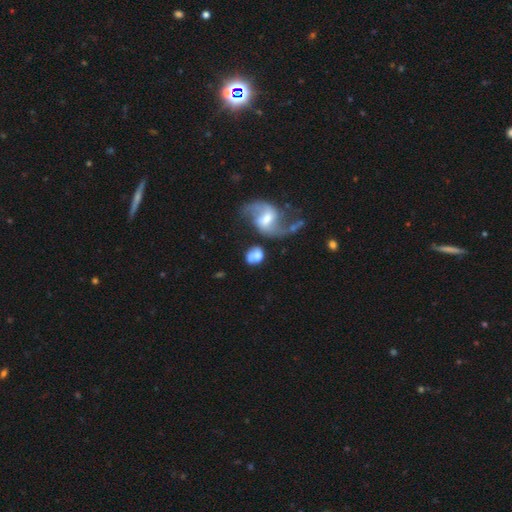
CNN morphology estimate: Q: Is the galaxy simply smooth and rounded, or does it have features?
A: smooth — 52%.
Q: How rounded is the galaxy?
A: round — 49%.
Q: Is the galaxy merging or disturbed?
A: none — 46%.